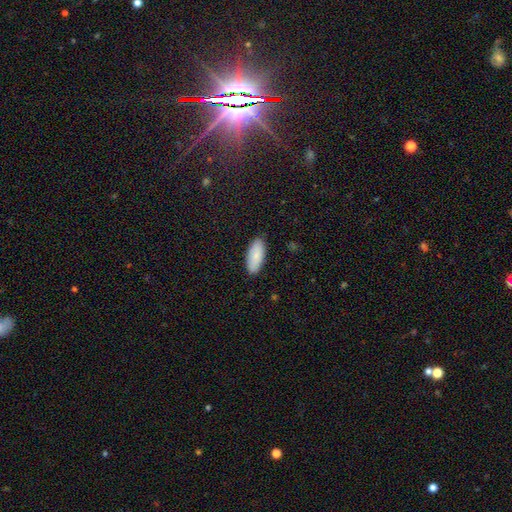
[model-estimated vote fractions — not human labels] Smooth or featured?
  - smooth: 87% *
  - featured or disk: 7%
  - star or artifact: 6%
How rounded?
  - in between: 88% *
  - cigar-shaped: 10%
  - round: 2%
Merging?
  - none: 88% *
  - minor disturbance: 9%
  - major disturbance: 2%
  - merger: 1%